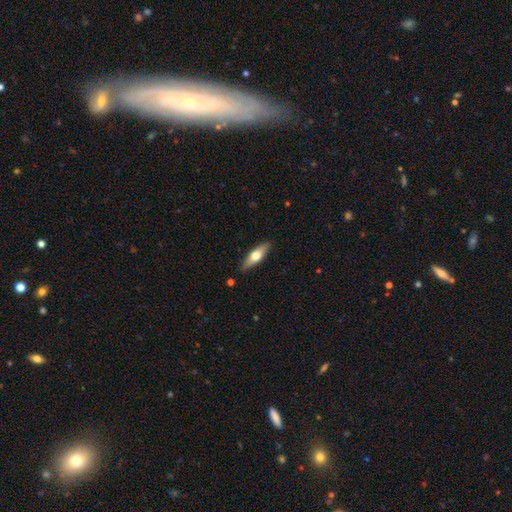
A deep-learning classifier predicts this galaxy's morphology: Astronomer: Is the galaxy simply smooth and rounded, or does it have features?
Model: smooth — 54% (runner-up: featured or disk, 41%).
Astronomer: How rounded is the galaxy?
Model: cigar-shaped — 50% (runner-up: in between, 47%).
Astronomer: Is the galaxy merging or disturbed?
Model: none — 86%.